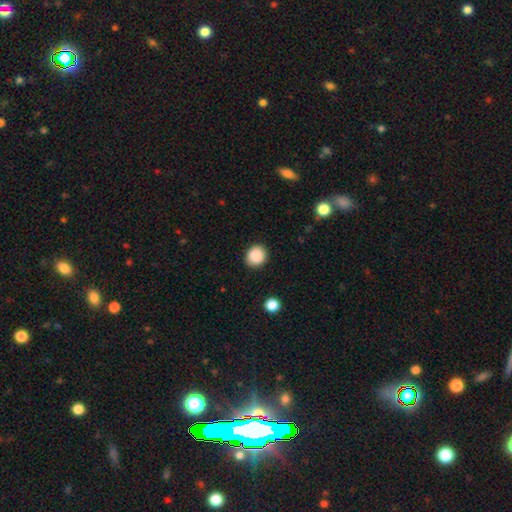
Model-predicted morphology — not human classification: Smooth or featured: smooth — 89% (star or artifact — 9%)
How rounded: round — 83% (in between — 17%)
Merging: none — 89% (minor disturbance — 8%)